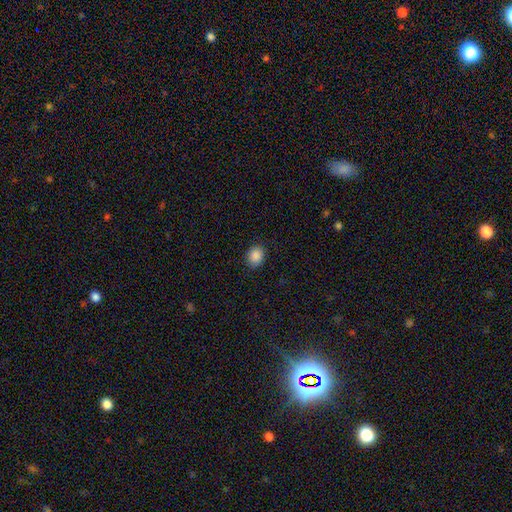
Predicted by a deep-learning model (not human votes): smooth 88%, star or artifact 9%, featured or disk 3%. Down the decision tree: how rounded — round (51%); merging — none (88%).